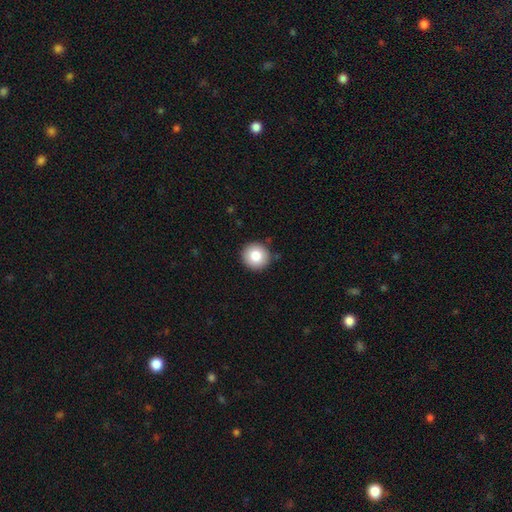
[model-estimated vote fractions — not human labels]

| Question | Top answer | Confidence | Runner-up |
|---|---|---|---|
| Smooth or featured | smooth | 84% | star or artifact (9%) |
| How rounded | round | 95% | in between (4%) |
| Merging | none | 90% | minor disturbance (7%) |